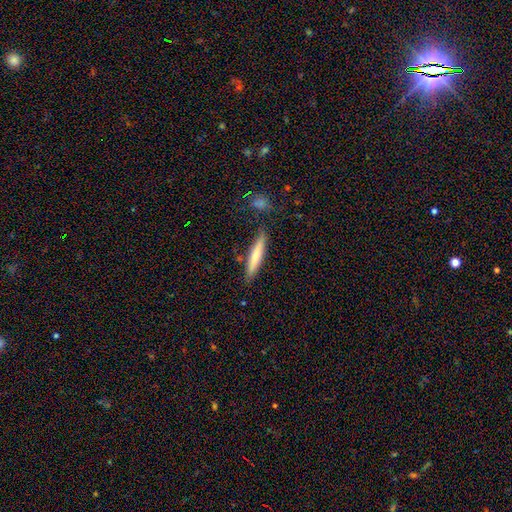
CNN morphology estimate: type=smooth (67%); roundness=cigar-shaped (92%); merging=none (82%).